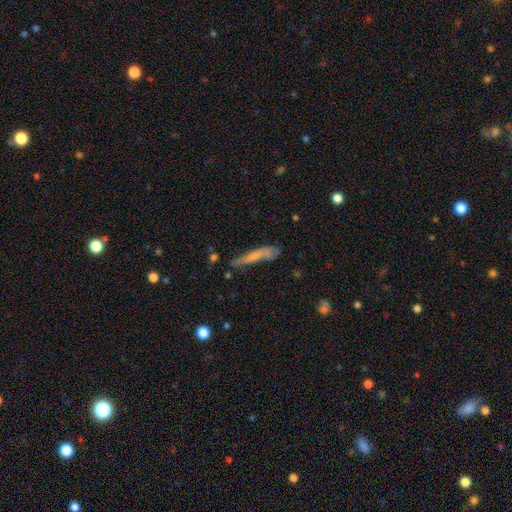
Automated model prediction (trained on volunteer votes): Q: Smooth or featured?
A: smooth (58%); runner-up: featured or disk (34%)
Q: How rounded?
A: cigar-shaped (90%); runner-up: in between (8%)
Q: Merging?
A: none (56%); runner-up: minor disturbance (26%)